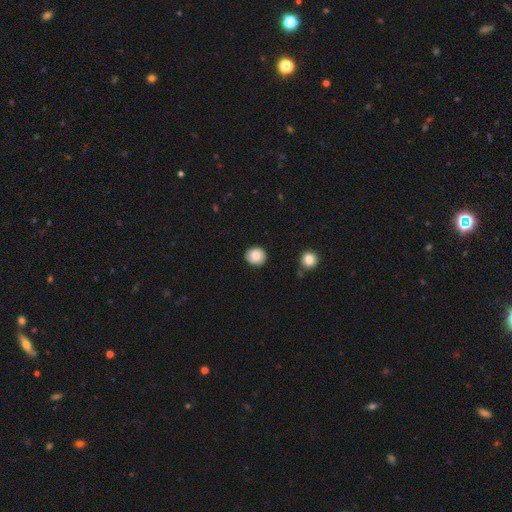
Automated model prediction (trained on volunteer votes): Smooth or featured?
  - smooth: 80% *
  - featured or disk: 12%
  - star or artifact: 8%
How rounded?
  - round: 83% *
  - in between: 16%
  - cigar-shaped: 1%
Merging?
  - none: 84% *
  - minor disturbance: 12%
  - major disturbance: 3%
  - merger: 1%